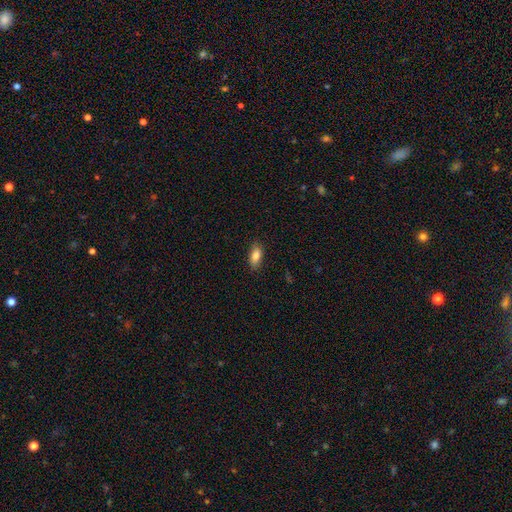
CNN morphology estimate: smooth-or-featured: smooth: 84% | featured or disk: 8% | star or artifact: 8%
  how-rounded: in between: 85% | cigar-shaped: 11% | round: 4%
  merging: none: 86% | minor disturbance: 11% | major disturbance: 2% | merger: 1%